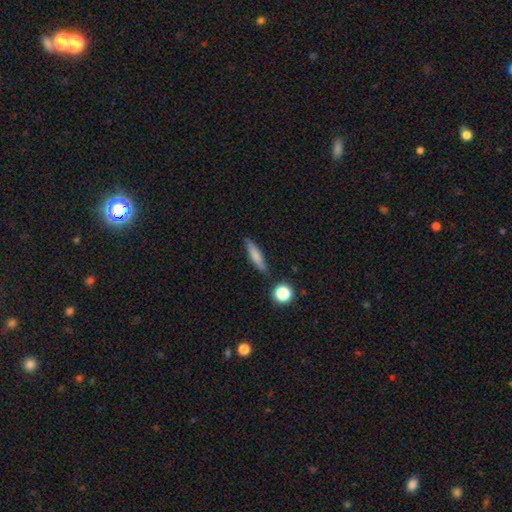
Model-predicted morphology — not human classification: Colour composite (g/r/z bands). It shows a smooth galaxy with no disk features (74%) that is cigar-shaped (79%). Merging: none (84%).